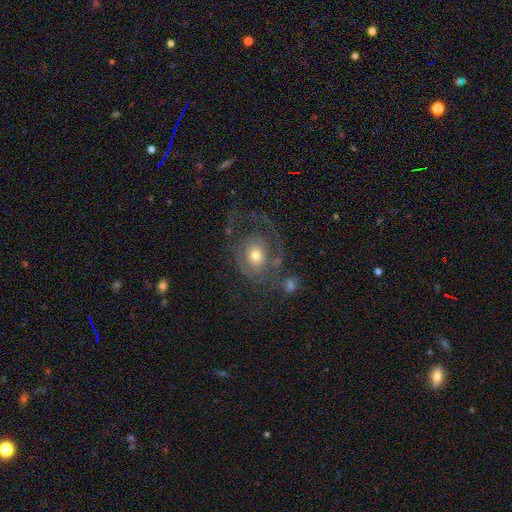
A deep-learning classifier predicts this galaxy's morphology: Smooth or featured: featured or disk — 64% (smooth — 27%)
Edge-on disk: no — 97% (yes — 3%)
Bar: no — 81% (weak — 15%)
Spiral arms: yes — 74% (no — 26%)
Bulge size: moderate — 60% (small — 30%)
Merging: none — 40% (major disturbance — 34%)